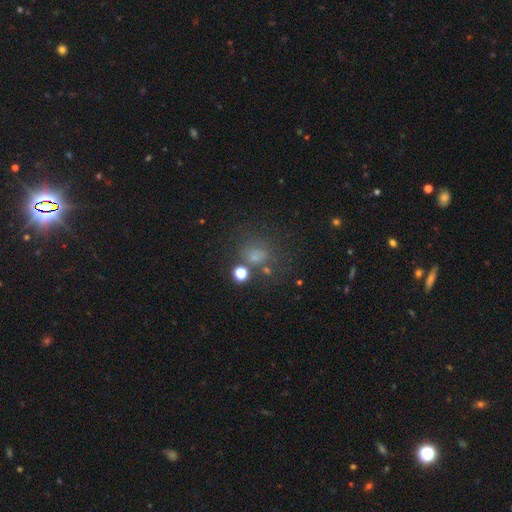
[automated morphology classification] smooth 62%, star or artifact 26%, featured or disk 13%. Down the decision tree: how rounded — round (77%); merging — none (62%).